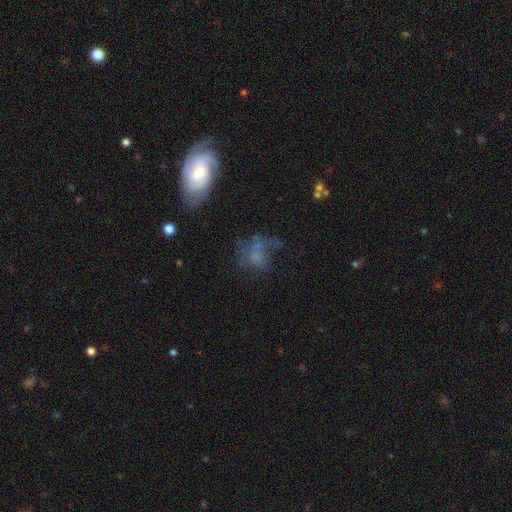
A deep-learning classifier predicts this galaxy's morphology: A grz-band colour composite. It shows a featured or disk galaxy (42%). Merging: major disturbance (38%).